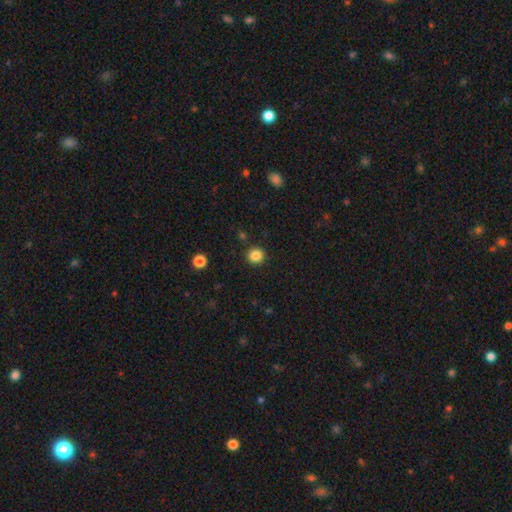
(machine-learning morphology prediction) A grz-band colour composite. It shows a smooth galaxy with no disk features (85%) that is round (93%). Merging: none (91%).